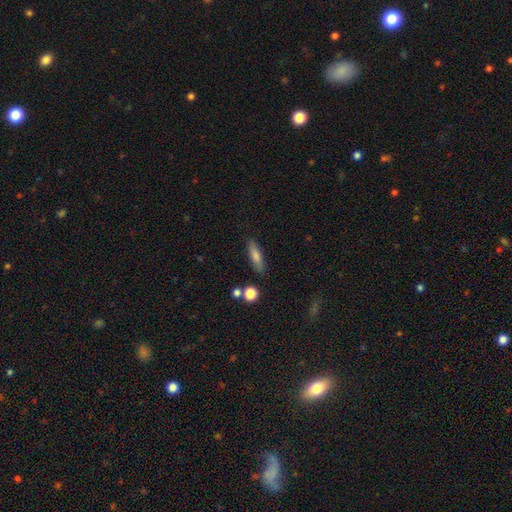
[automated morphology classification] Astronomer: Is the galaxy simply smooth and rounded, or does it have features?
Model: smooth — 61%.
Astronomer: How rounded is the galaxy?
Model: cigar-shaped — 65%.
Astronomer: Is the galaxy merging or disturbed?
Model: none — 85%.